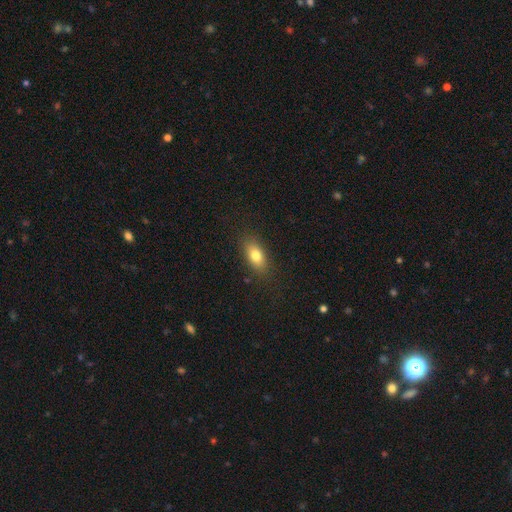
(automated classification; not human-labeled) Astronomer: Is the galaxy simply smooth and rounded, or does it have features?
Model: smooth — 79%.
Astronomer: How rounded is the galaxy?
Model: in between — 83%.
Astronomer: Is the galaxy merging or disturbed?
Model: none — 85%.